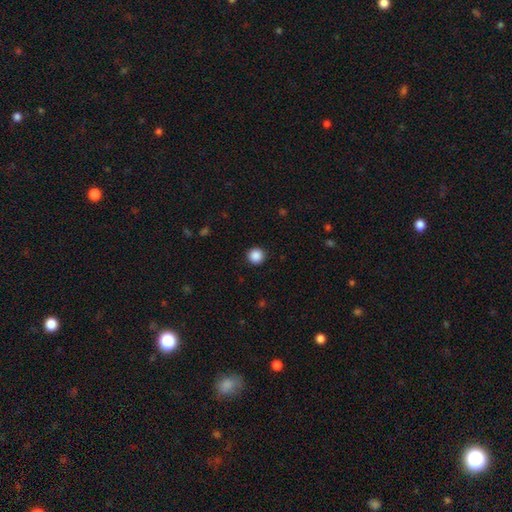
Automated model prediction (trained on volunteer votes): Overall: smooth (88%). How rounded: round (96%). Merging: none (93%).